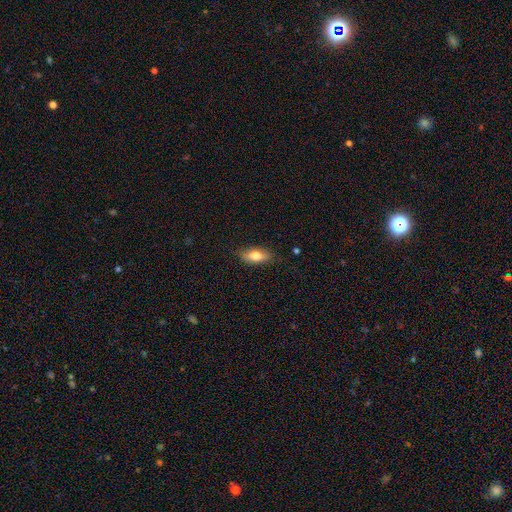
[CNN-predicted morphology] Smooth or featured: smooth — 70% (featured or disk — 22%)
How rounded: in between — 74% (cigar-shaped — 22%)
Merging: none — 83% (minor disturbance — 13%)